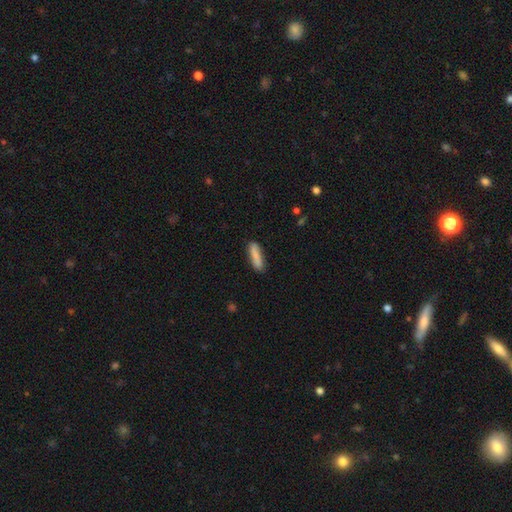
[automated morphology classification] Q: Smooth or featured?
A: smooth (83%); runner-up: featured or disk (10%)
Q: How rounded?
A: cigar-shaped (75%); runner-up: in between (24%)
Q: Merging?
A: none (83%); runner-up: minor disturbance (12%)